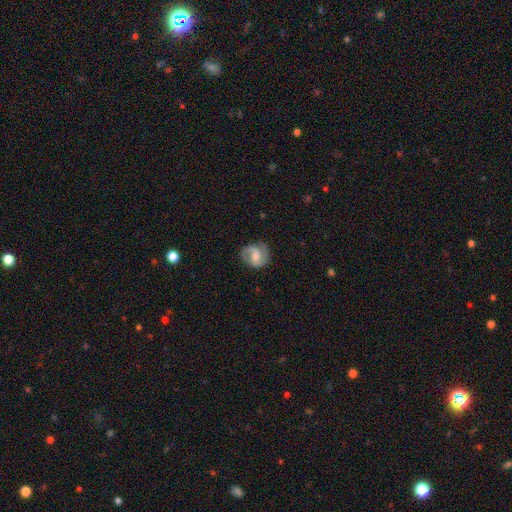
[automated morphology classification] The model was most divided on "bulge size": moderate: 42%, small: 36%, none: 14%, large: 7%, dominant: 1%. Remaining: edge-on disk — no (98%); spiral arms — yes (94%); spiral arm count — 2 (79%); merging — none (72%); smooth or featured — featured or disk (72%); bar — weak (51%); spiral winding — medium (49%).